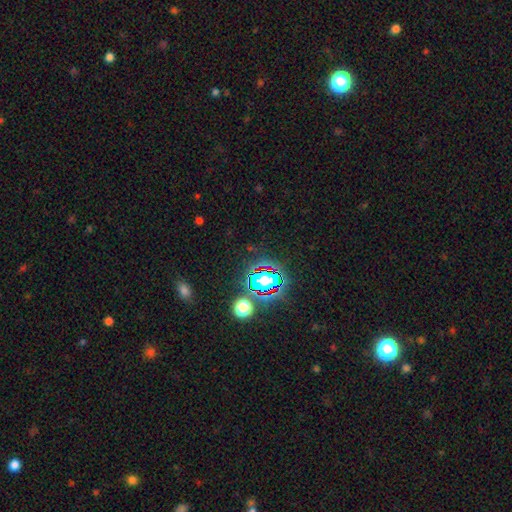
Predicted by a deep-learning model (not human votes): Smooth or featured: star or artifact — 78% (smooth — 14%)